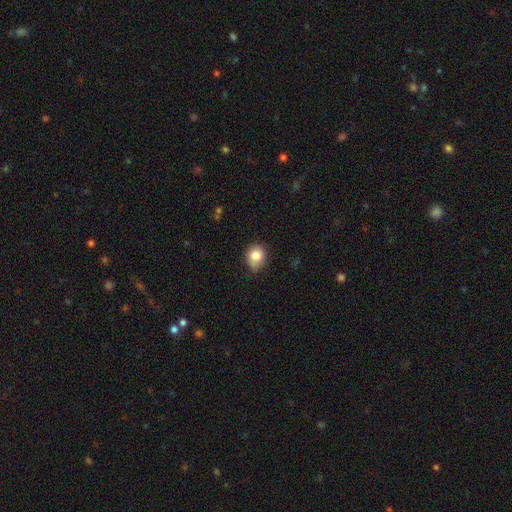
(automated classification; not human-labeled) Smooth or featured? smooth (83%)
How rounded? round (67%)
Merging? none (60%)